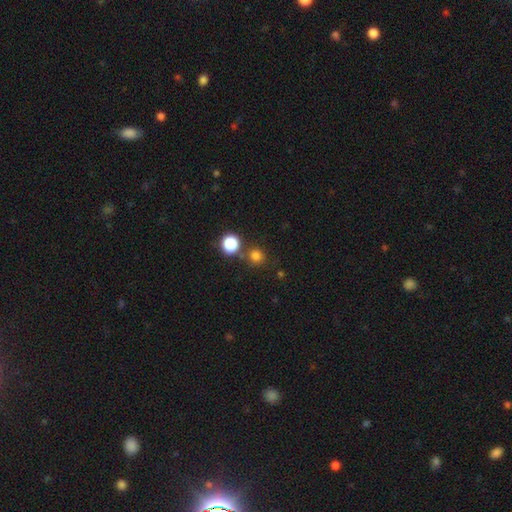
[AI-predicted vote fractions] Morphology: type=smooth (77%); roundness=round (91%); merging=none (77%).